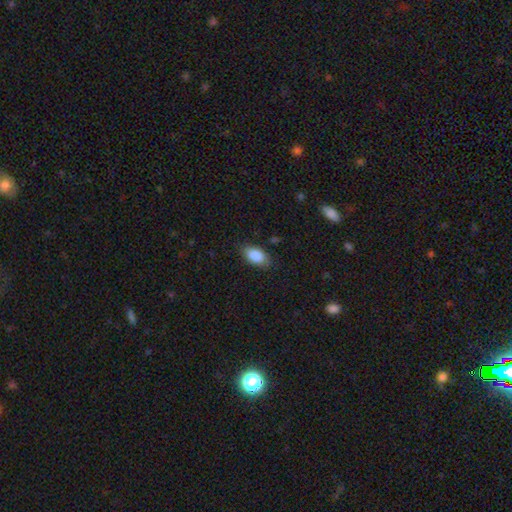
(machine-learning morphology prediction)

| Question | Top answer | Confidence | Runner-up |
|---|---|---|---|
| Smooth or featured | smooth | 86% | featured or disk (7%) |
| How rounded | in between | 92% | round (5%) |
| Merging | none | 82% | minor disturbance (14%) |